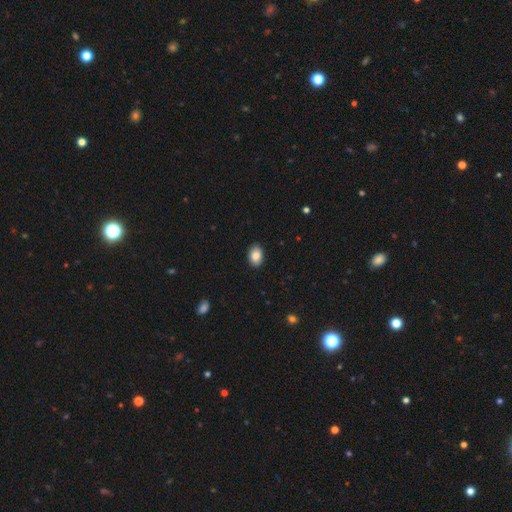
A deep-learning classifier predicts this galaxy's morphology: Smooth or featured? Predicted: smooth (p=0.86). How rounded? Predicted: in between (p=0.84). Merging? Predicted: none (p=0.89).